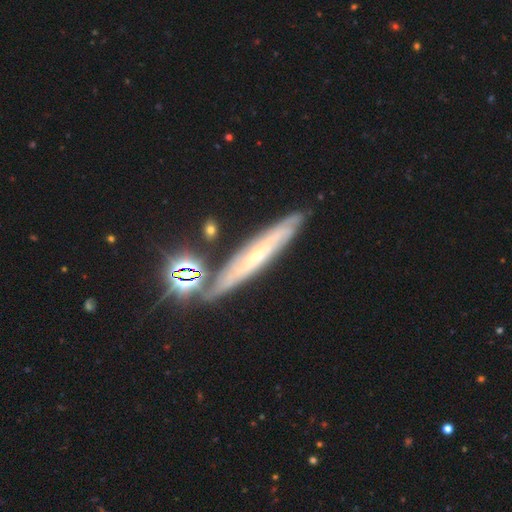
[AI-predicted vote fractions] A featured or disk galaxy (64%) viewed edge-on (60%). Merging: none (78%).